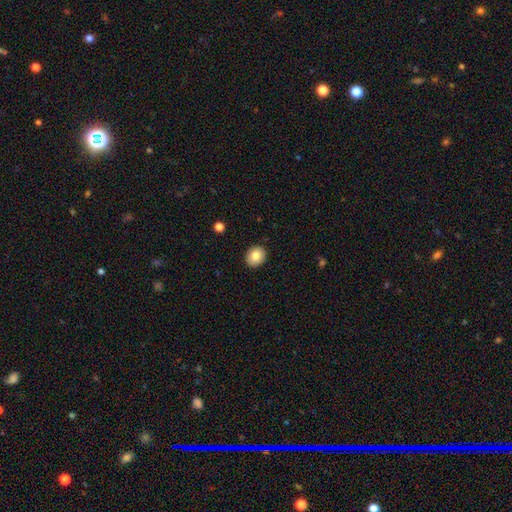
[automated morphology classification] smooth 82%, featured or disk 10%, star or artifact 8%. Down the decision tree: how rounded — round (61%); merging — none (91%).